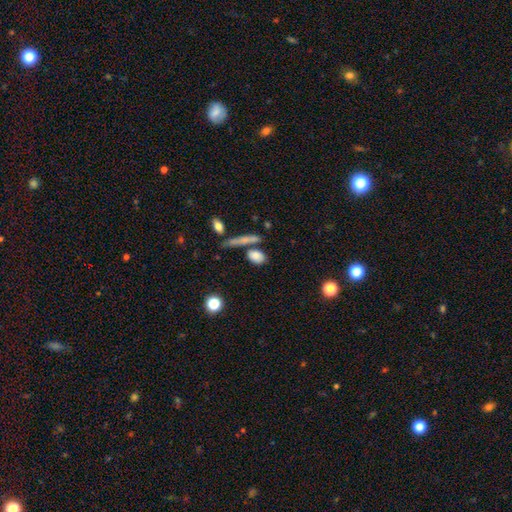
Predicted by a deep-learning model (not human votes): smooth 80%, featured or disk 11%, star or artifact 9%. Down the decision tree: how rounded — in between (63%); merging — none (64%).